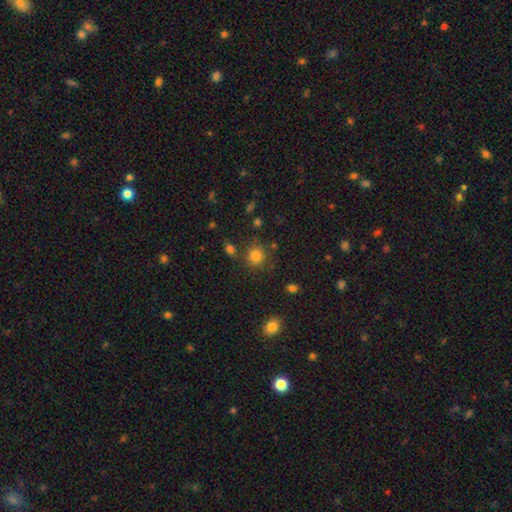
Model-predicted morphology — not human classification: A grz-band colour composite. It shows a smooth galaxy with no disk features (80%) that is round (86%). Merging: none (77%).